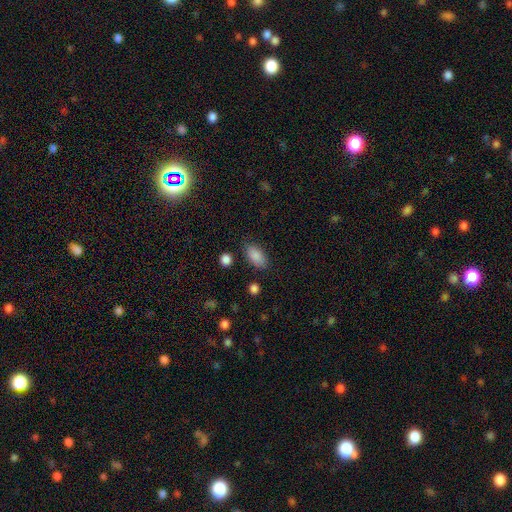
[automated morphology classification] Smooth or featured?
  - smooth: 87% *
  - star or artifact: 8%
  - featured or disk: 5%
How rounded?
  - in between: 91% *
  - round: 4%
  - cigar-shaped: 4%
Merging?
  - none: 80% *
  - minor disturbance: 14%
  - major disturbance: 4%
  - merger: 2%